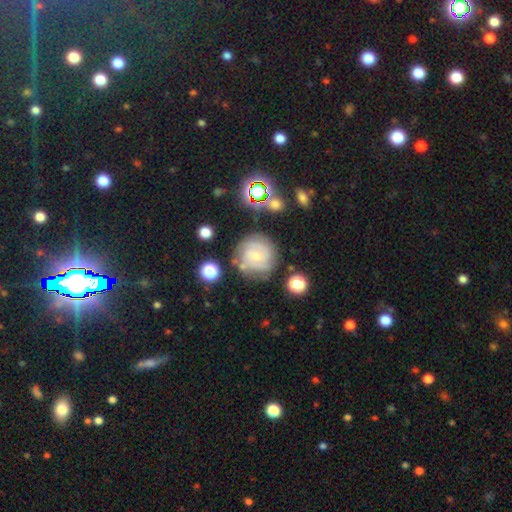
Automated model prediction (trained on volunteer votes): Smooth or featured? featured or disk (61%)
Edge-on disk? no (97%)
Bar? no (63%)
Spiral arms? yes (86%)
Spiral winding? tight (62%)
Spiral arm count? can't tell (36%)
Bulge size? small (59%)
Merging? none (70%)